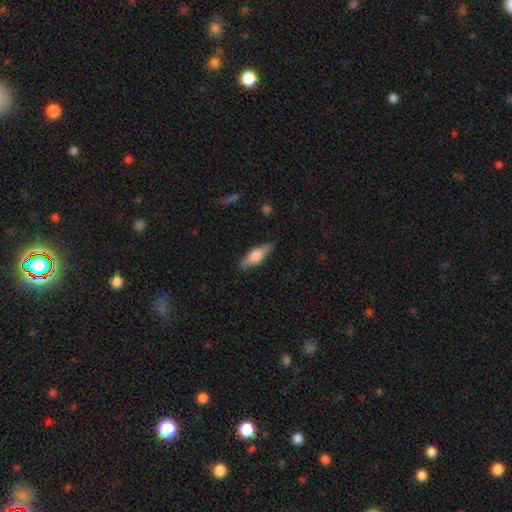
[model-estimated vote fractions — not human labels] Smooth or featured?
  - smooth: 58% *
  - featured or disk: 36%
  - star or artifact: 6%
How rounded?
  - in between: 49% *
  - cigar-shaped: 48%
  - round: 3%
Merging?
  - none: 85% *
  - minor disturbance: 11%
  - major disturbance: 2%
  - merger: 1%